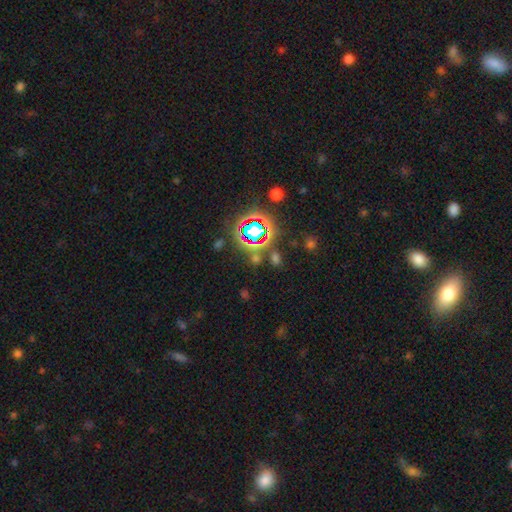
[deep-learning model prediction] A star or artifact, not a galaxy (71%).